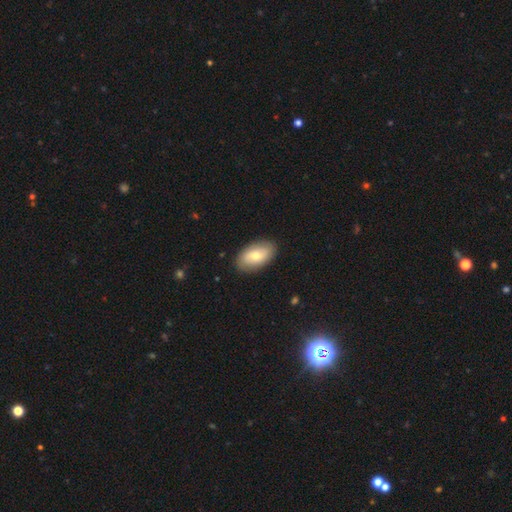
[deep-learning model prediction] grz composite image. It shows a smooth galaxy with no disk features (71%) that is in between round and cigar-shaped (94%). Merging: none (88%).